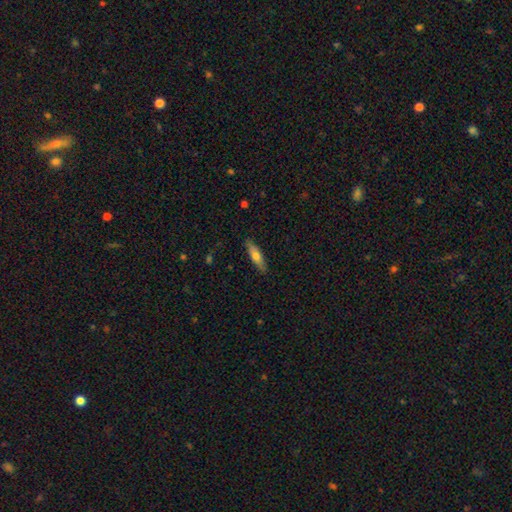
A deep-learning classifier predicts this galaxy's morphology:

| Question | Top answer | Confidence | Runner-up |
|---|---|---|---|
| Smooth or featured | smooth | 61% | featured or disk (33%) |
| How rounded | cigar-shaped | 65% | in between (33%) |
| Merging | none | 88% | minor disturbance (9%) |